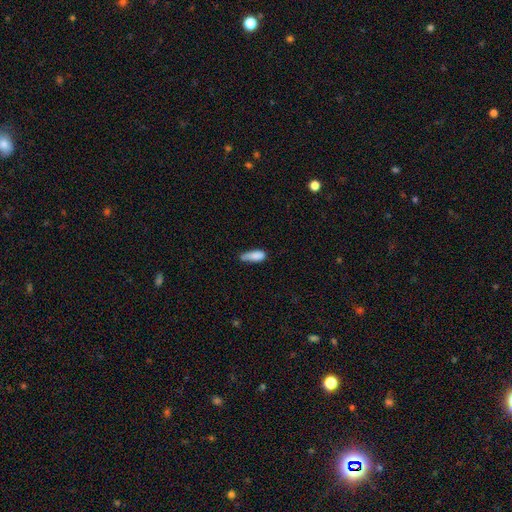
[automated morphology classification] This appears to be a smooth galaxy with no disk features (83%) that is in between round and cigar-shaped (60%). Merging: minor disturbance (41%, tied with none).